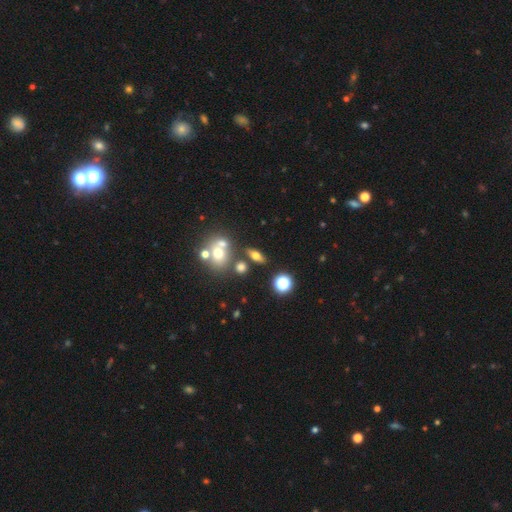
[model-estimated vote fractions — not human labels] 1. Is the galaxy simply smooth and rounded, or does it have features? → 49% smooth, 36% featured or disk, 15% star or artifact.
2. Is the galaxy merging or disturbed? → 76% none, 10% merger, 10% minor disturbance, 4% major disturbance.